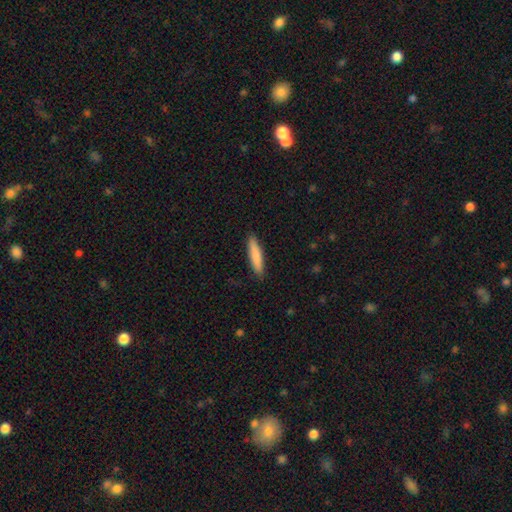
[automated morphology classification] A smooth galaxy with no disk features (82%) that is cigar-shaped (85%).

Vote fractions:
- Smooth or featured? smooth: 82% / featured or disk: 13% / star or artifact: 5%
- How rounded? cigar-shaped: 85% / in between: 14% / round: 1%
- Merging? none: 90% / minor disturbance: 8% / major disturbance: 2% / merger: 1%